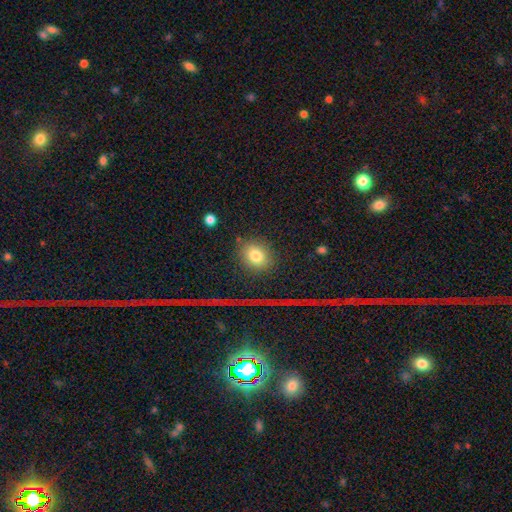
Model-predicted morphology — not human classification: Q: Smooth or featured?
A: smooth (80%); runner-up: star or artifact (11%)
Q: How rounded?
A: round (67%); runner-up: in between (31%)
Q: Merging?
A: none (83%); runner-up: minor disturbance (10%)